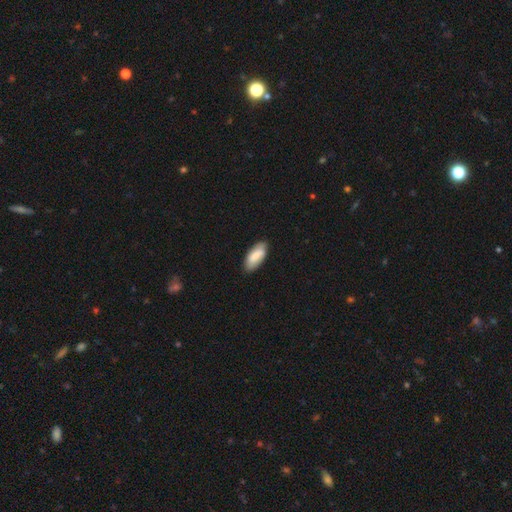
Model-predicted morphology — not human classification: The model was most divided on "smooth or featured": smooth: 74%, featured or disk: 20%, star or artifact: 6%. More confident: how rounded — in between (89%); merging — none (79%).